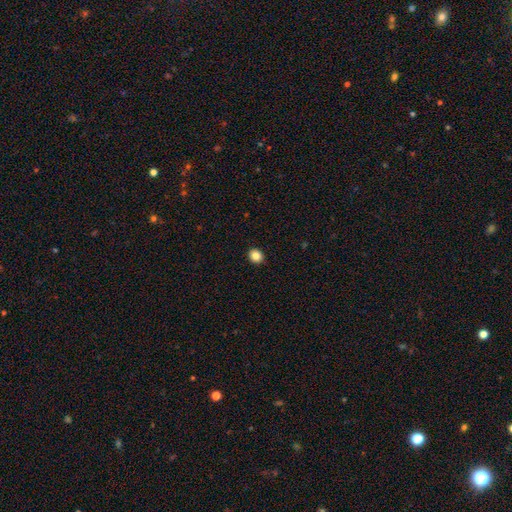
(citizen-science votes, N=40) A smooth galaxy with no disk features (88%) that is round (86%).

Vote fractions:
- Smooth or featured? smooth: 88% / star or artifact: 10% / featured or disk: 2%
- How rounded? round: 86% / in between: 14% / cigar-shaped: 0%
- Merging? none: 94% / minor disturbance: 6% / major disturbance: 0% / merger: 0%